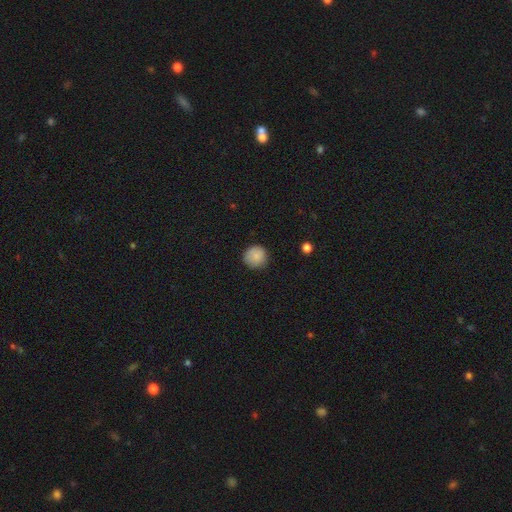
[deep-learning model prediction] Q: Smooth or featured?
A: smooth (87%); runner-up: star or artifact (9%)
Q: How rounded?
A: round (94%); runner-up: in between (5%)
Q: Merging?
A: none (86%); runner-up: minor disturbance (10%)